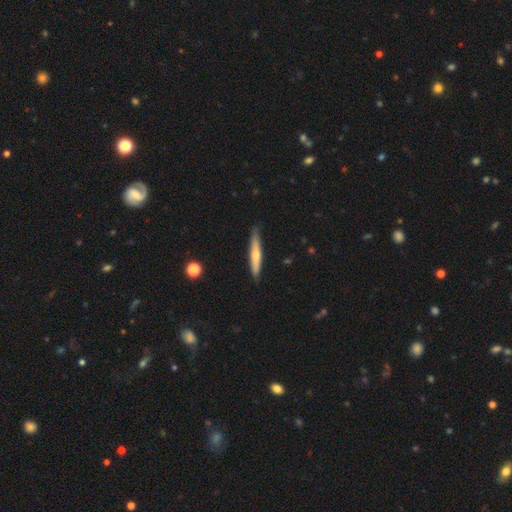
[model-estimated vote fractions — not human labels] Smooth or featured? smooth (54%)
How rounded? cigar-shaped (91%)
Merging? none (83%)